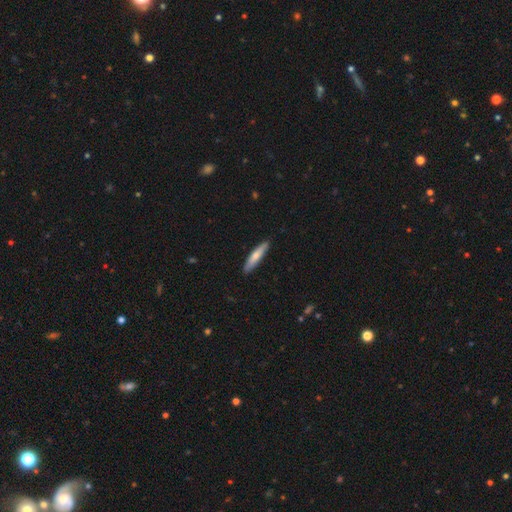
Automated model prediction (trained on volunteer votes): Smooth or featured? Predicted: smooth (p=0.69). How rounded? Predicted: cigar-shaped (p=0.85). Merging? Predicted: none (p=0.89).